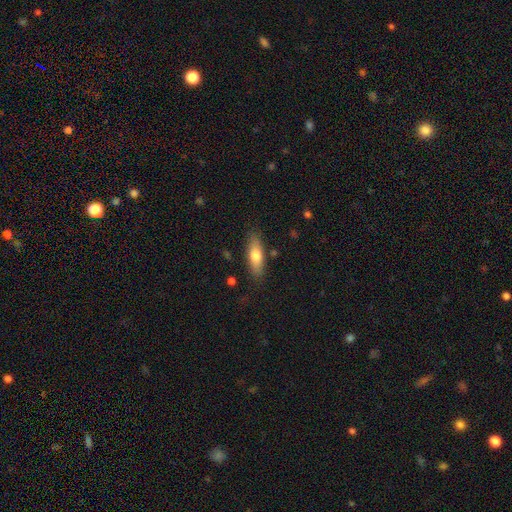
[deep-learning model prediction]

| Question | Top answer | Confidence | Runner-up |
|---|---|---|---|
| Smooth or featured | smooth | 70% | featured or disk (24%) |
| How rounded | in between | 62% | cigar-shaped (35%) |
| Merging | none | 82% | minor disturbance (14%) |